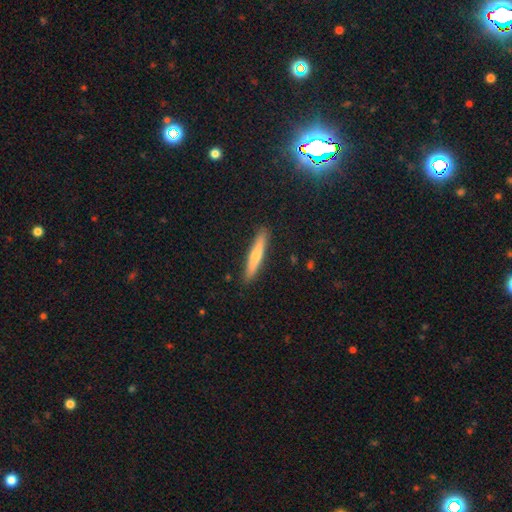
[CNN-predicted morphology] Smooth or featured? Predicted: smooth (p=0.44). Merging? Predicted: none (p=0.90).